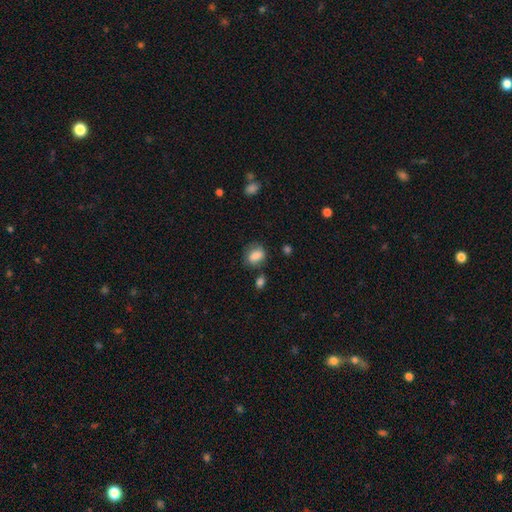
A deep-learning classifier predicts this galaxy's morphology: Overall: smooth (82%). How rounded: in between (65%; round 34%). Merging: none (62%; minor disturbance 23%).